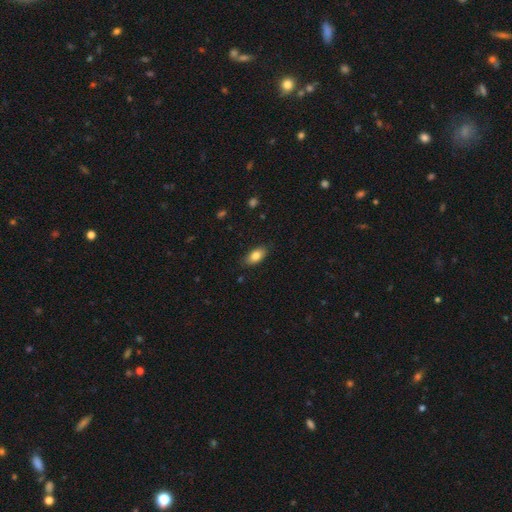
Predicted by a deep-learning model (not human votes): Q: Smooth or featured?
A: smooth (82%); runner-up: featured or disk (11%)
Q: How rounded?
A: in between (89%); runner-up: cigar-shaped (6%)
Q: Merging?
A: none (85%); runner-up: minor disturbance (11%)